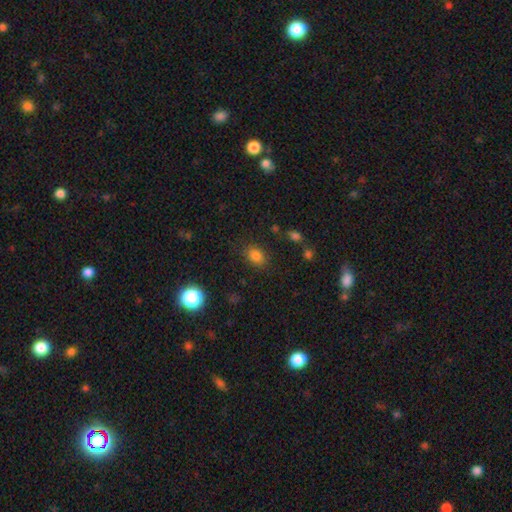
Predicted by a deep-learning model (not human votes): This is clearly a smooth galaxy (81%). How rounded: likely in between (64%). Merging: clearly none (81%).